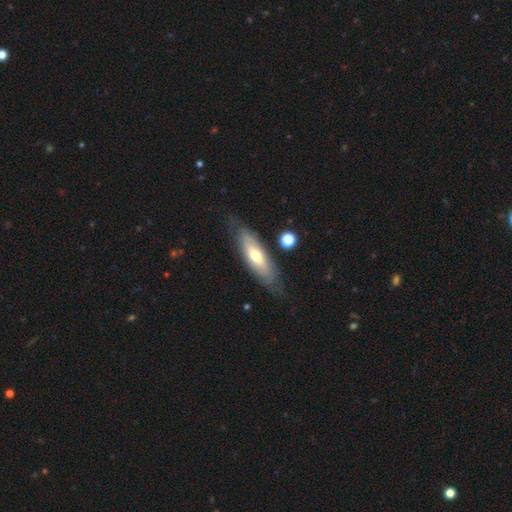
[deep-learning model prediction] This appears to be a featured or disk galaxy (47%, tied with smooth). Merging: none (72%).